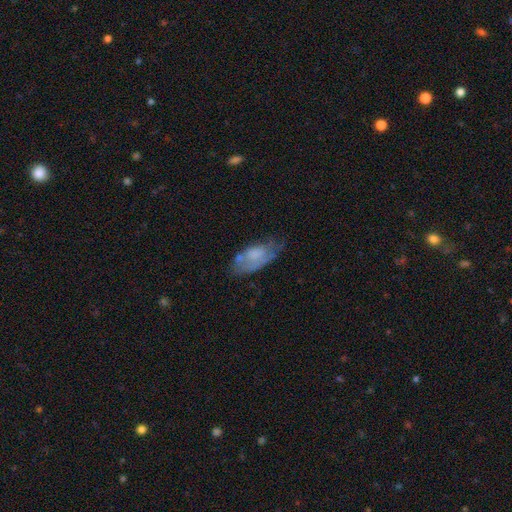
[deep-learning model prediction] This appears to be a smooth galaxy with no disk features (57%) that is in between round and cigar-shaped (89%). Merging: none (41%).